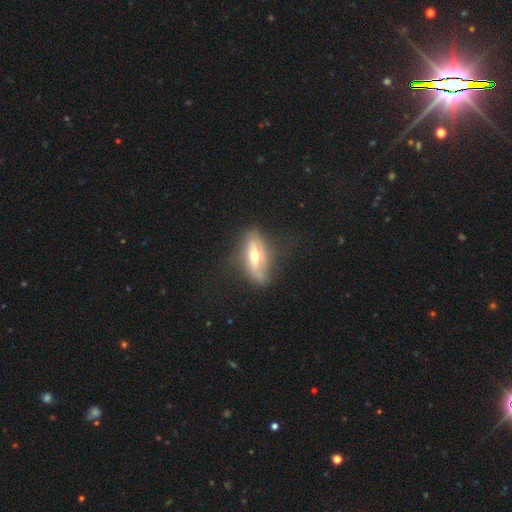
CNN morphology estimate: A featured or disk galaxy (57%) viewed edge-on (55%). Merging: none (67%).